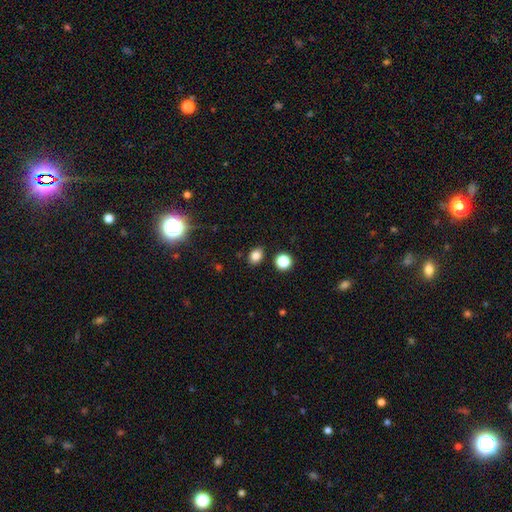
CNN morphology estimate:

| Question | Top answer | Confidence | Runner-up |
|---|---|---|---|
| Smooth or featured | smooth | 82% | star or artifact (13%) |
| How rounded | in between | 60% | round (39%) |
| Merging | none | 84% | minor disturbance (9%) |